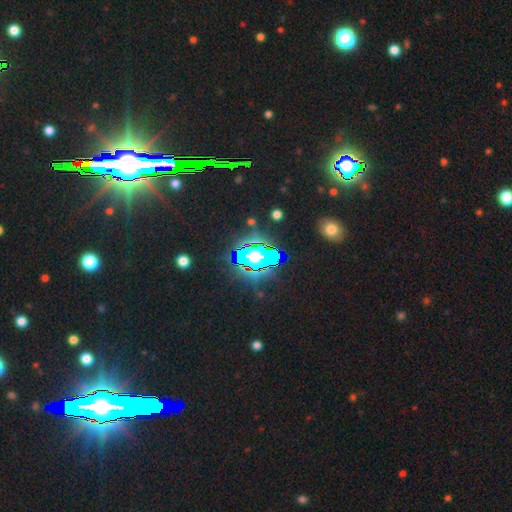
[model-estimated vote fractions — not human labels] Smooth or featured? Predicted: star or artifact (p=0.81).